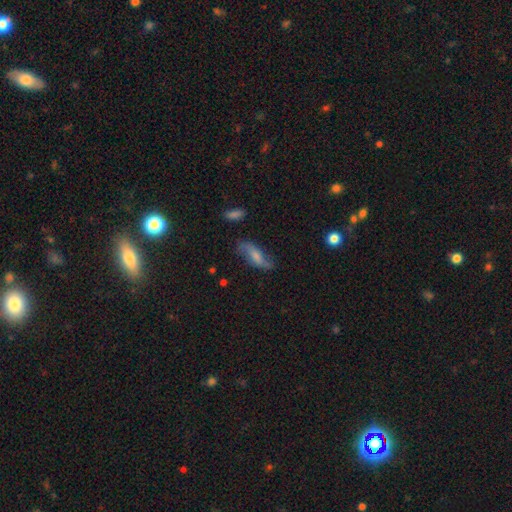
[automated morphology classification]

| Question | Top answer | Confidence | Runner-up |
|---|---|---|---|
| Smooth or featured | featured or disk | 50% | smooth (42%) |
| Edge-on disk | no | 85% | yes (15%) |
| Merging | none | 67% | minor disturbance (23%) |